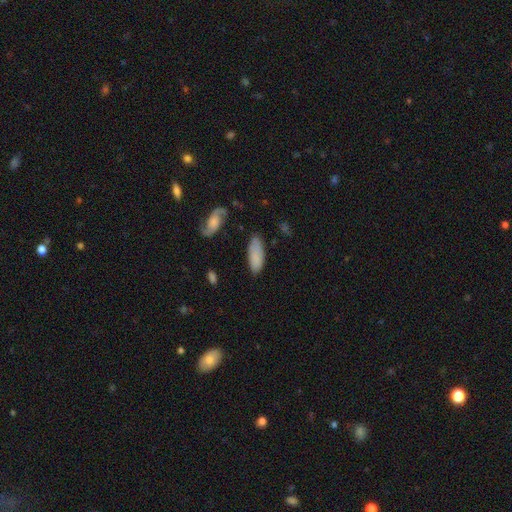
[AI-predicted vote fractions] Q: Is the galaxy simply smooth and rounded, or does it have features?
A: smooth — 77%.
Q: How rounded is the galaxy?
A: in between — 72%.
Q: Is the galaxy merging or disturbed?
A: none — 74%.